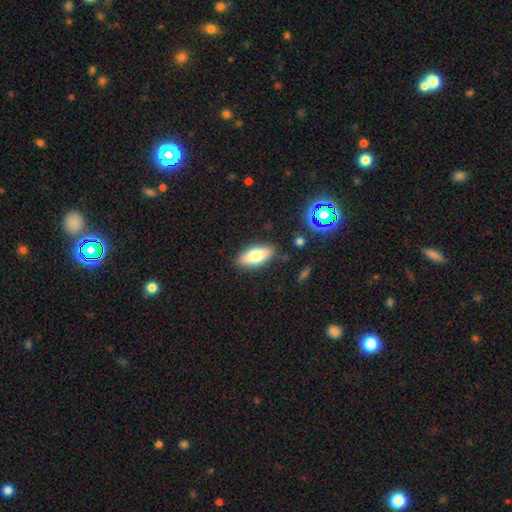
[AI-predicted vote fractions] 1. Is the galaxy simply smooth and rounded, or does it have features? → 68% smooth, 24% featured or disk, 8% star or artifact.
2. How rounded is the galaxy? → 78% in between, 19% cigar-shaped, 3% round.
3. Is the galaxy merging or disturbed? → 86% none, 10% minor disturbance, 2% major disturbance, 2% merger.